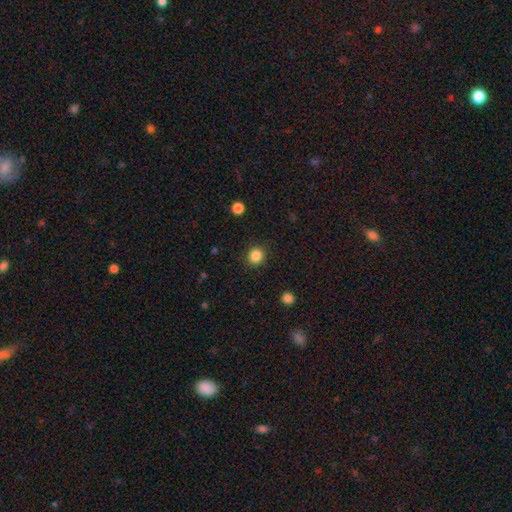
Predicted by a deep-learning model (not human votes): Smooth or featured? Predicted: smooth (p=0.86). How rounded? Predicted: round (p=0.87). Merging? Predicted: none (p=0.89).